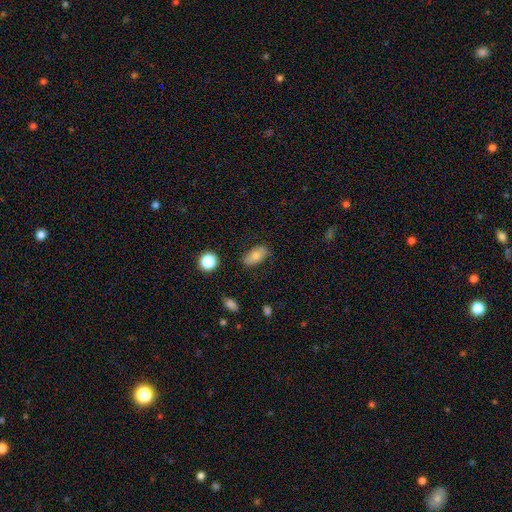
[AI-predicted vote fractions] smooth_or_featured: smooth (p=0.71) [alt: featured or disk p=0.21]
how_rounded: in between (p=0.90) [alt: round p=0.06]
merging: none (p=0.77) [alt: minor disturbance p=0.17]